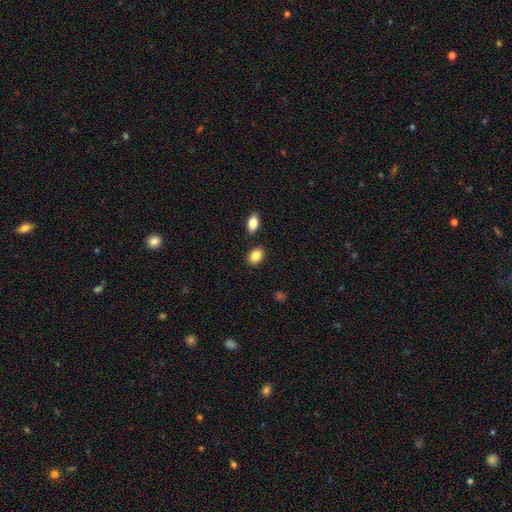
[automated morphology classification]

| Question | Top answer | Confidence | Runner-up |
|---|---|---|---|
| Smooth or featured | smooth | 87% | star or artifact (8%) |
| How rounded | in between | 73% | round (26%) |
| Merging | none | 83% | minor disturbance (9%) |